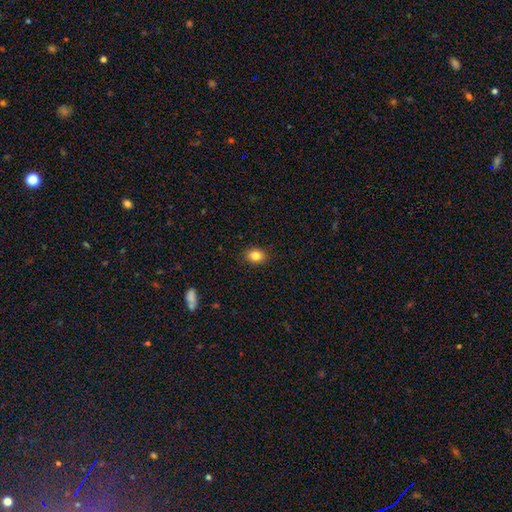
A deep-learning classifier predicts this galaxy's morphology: A smooth galaxy with no disk features (84%) that is in between round and cigar-shaped (51%).

Vote fractions:
- Smooth or featured? smooth: 84% / star or artifact: 10% / featured or disk: 6%
- How rounded? in between: 51% / round: 48% / cigar-shaped: 1%
- Merging? none: 90% / minor disturbance: 7% / major disturbance: 2% / merger: 1%